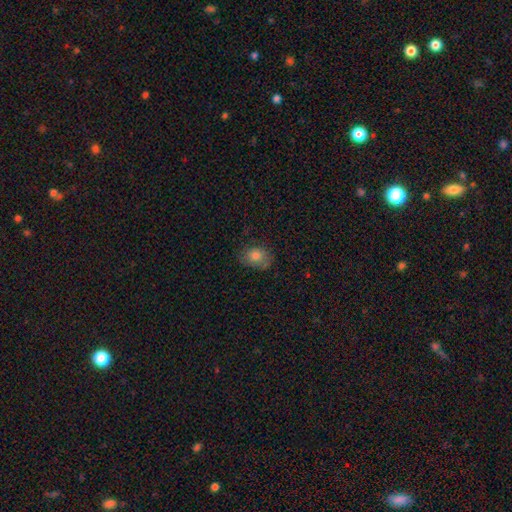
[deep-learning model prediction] The model was most divided on "how rounded": in between: 54%, round: 45%, cigar-shaped: 1%. More confident: smooth or featured — smooth (79%); merging — none (69%).